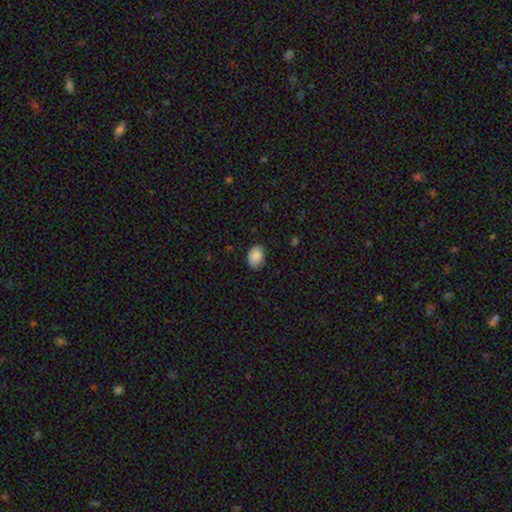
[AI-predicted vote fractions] Smooth or featured?
  - smooth: 87% *
  - star or artifact: 8%
  - featured or disk: 6%
How rounded?
  - in between: 72% *
  - round: 28%
  - cigar-shaped: 1%
Merging?
  - none: 78% *
  - minor disturbance: 18%
  - major disturbance: 3%
  - merger: 1%